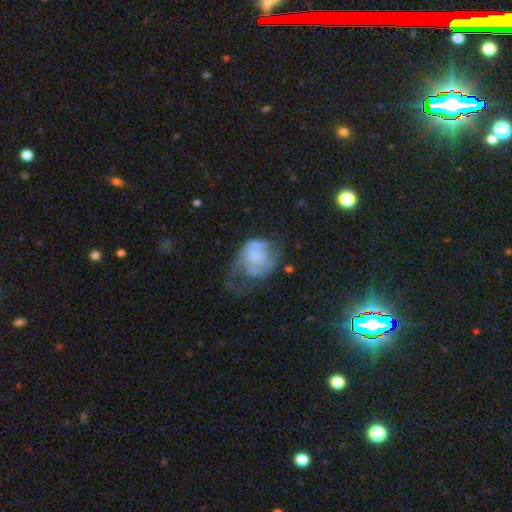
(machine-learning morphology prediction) type=featured or disk (59%); edge-on=no (98%); bar=no (75%); spiral arms=yes (67%); bulge=small (37%); merging=major disturbance (43%).